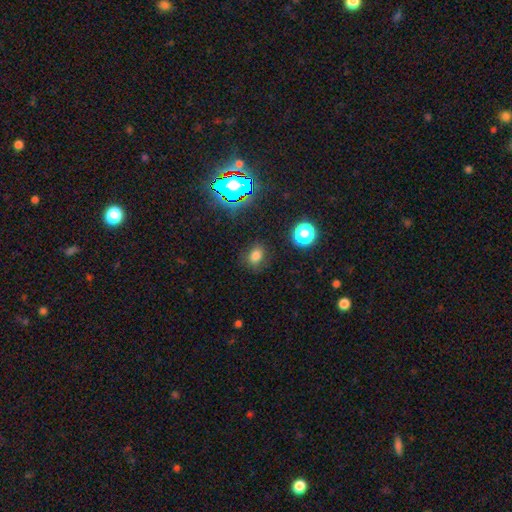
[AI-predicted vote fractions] Smooth or featured?
  - smooth: 73% *
  - star or artifact: 21%
  - featured or disk: 7%
How rounded?
  - in between: 57% *
  - round: 41%
  - cigar-shaped: 1%
Merging?
  - none: 81% *
  - minor disturbance: 13%
  - major disturbance: 5%
  - merger: 2%